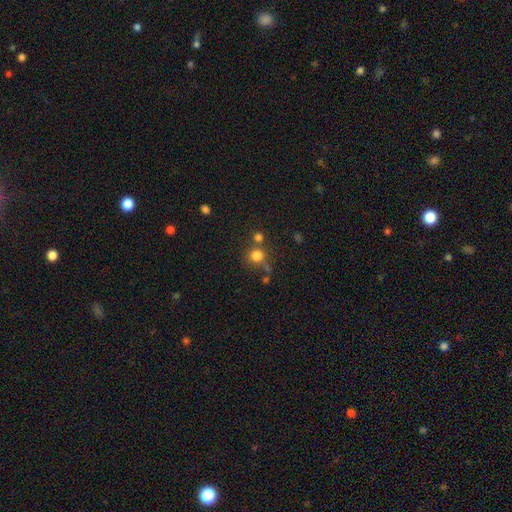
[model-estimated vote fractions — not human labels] A smooth galaxy with no disk features (78%) that is round (90%).

Vote fractions:
- Smooth or featured? smooth: 78% / star or artifact: 15% / featured or disk: 7%
- How rounded? round: 90% / in between: 9% / cigar-shaped: 1%
- Merging? none: 63% / merger: 23% / minor disturbance: 9% / major disturbance: 5%